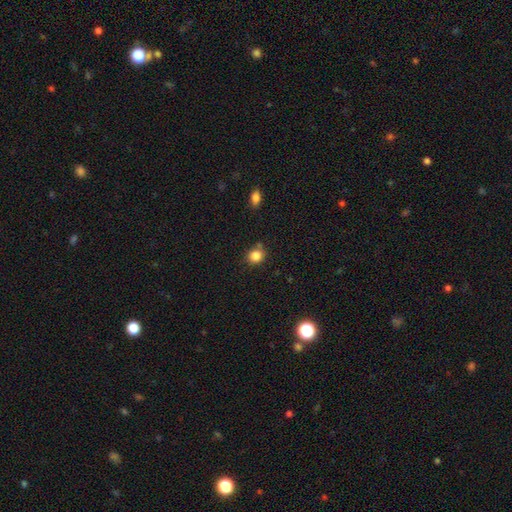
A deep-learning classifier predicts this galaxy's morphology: Q: Smooth or featured?
A: smooth (84%); runner-up: star or artifact (11%)
Q: How rounded?
A: round (79%); runner-up: in between (20%)
Q: Merging?
A: none (75%); runner-up: minor disturbance (15%)